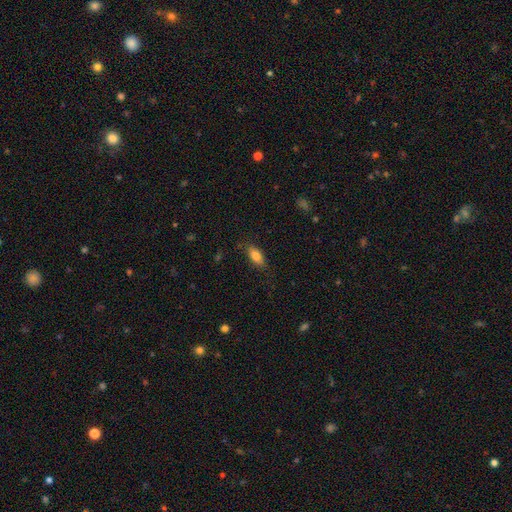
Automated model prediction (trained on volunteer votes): This is likely a smooth galaxy (80%). How rounded: clearly in between (82%). Merging: clearly none (82%).